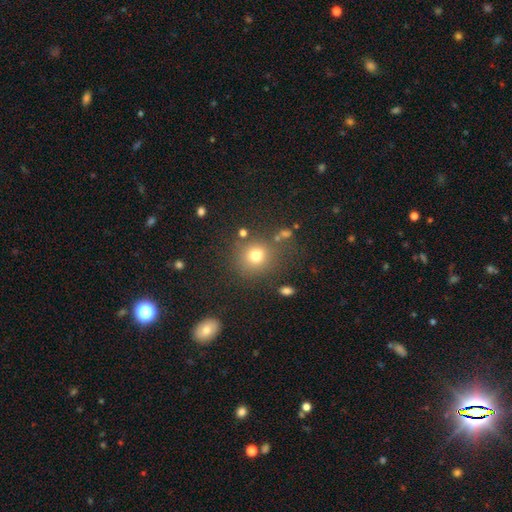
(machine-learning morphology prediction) This is likely a smooth galaxy (75%). How rounded: clearly round (84%). Merging: likely none (76%).